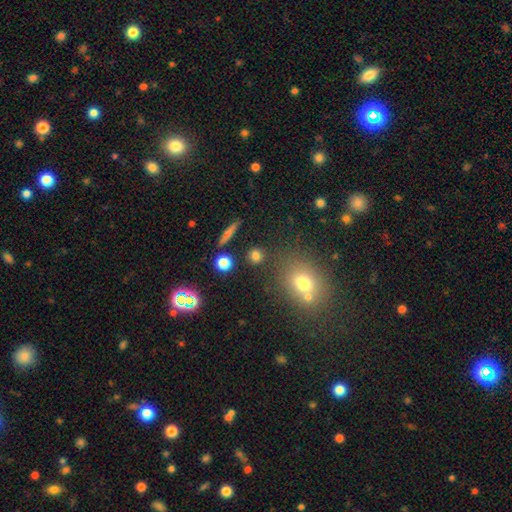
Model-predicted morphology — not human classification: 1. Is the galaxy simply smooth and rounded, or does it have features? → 76% smooth, 16% star or artifact, 9% featured or disk.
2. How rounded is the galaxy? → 85% round, 12% in between, 3% cigar-shaped.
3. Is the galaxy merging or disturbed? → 80% none, 9% minor disturbance, 7% merger, 4% major disturbance.